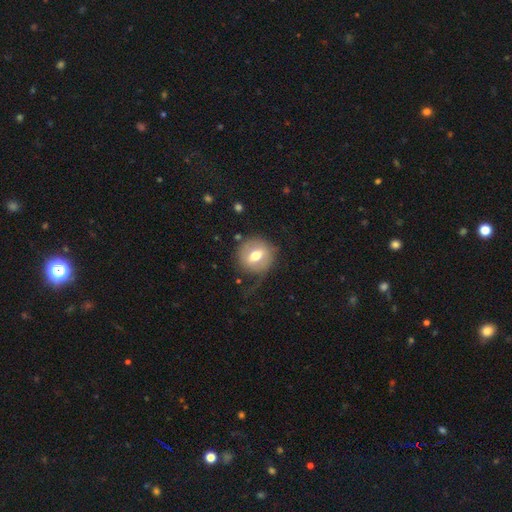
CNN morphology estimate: Smooth or featured?
  - smooth: 51% *
  - featured or disk: 42%
  - star or artifact: 7%
How rounded?
  - round: 83% *
  - in between: 16%
  - cigar-shaped: 1%
Merging?
  - none: 66% *
  - minor disturbance: 18%
  - major disturbance: 13%
  - merger: 2%